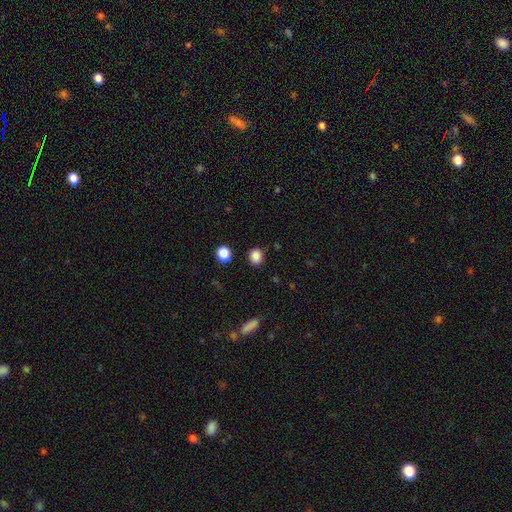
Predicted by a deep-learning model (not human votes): Smooth or featured? smooth (86%)
How rounded? round (69%)
Merging? none (87%)